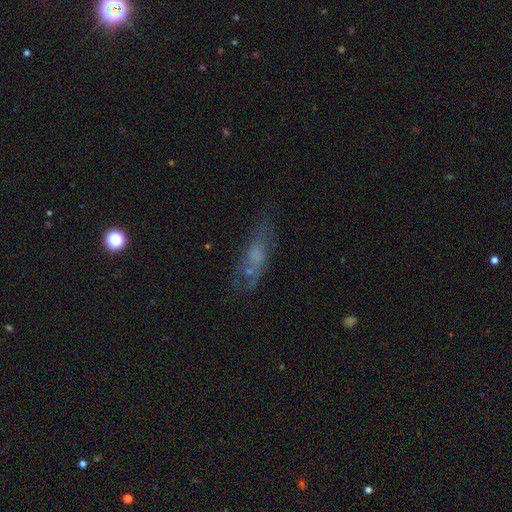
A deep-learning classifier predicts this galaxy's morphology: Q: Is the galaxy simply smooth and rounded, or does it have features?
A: smooth — 48%.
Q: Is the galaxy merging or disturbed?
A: none — 59%.